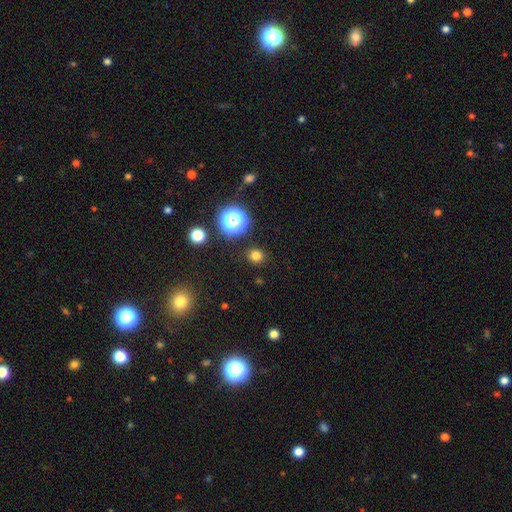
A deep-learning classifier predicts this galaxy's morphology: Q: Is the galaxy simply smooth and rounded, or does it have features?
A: smooth — 76%.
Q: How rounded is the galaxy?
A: round — 86%.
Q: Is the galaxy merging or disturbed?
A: none — 90%.